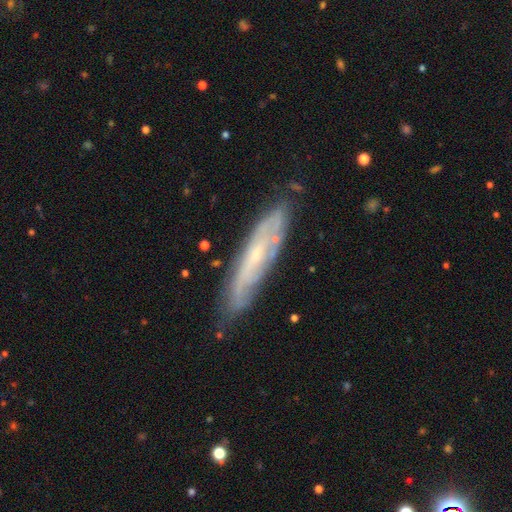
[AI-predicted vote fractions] Q: Smooth or featured?
A: featured or disk (70%); runner-up: smooth (24%)
Q: Edge-on disk?
A: no (54%); runner-up: yes (46%)
Q: Merging?
A: none (75%); runner-up: minor disturbance (19%)